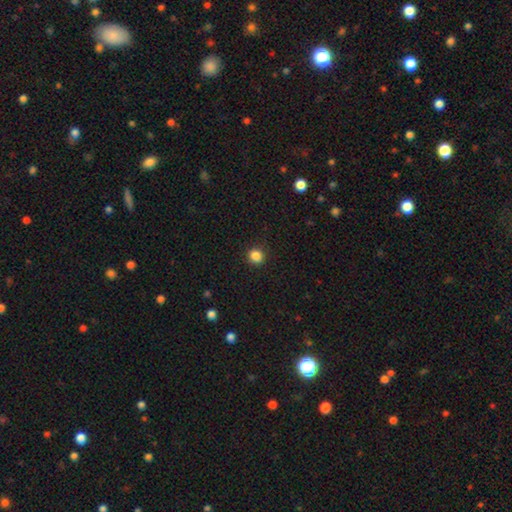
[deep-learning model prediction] smooth 86%, star or artifact 11%, featured or disk 3%. Down the decision tree: how rounded — round (88%); merging — none (91%).